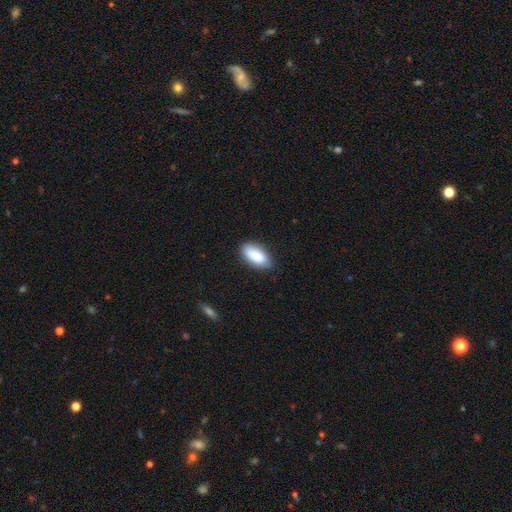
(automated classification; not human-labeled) Smooth or featured?
  - smooth: 87% *
  - featured or disk: 7%
  - star or artifact: 6%
How rounded?
  - in between: 90% *
  - cigar-shaped: 8%
  - round: 2%
Merging?
  - none: 85% *
  - minor disturbance: 12%
  - major disturbance: 2%
  - merger: 1%